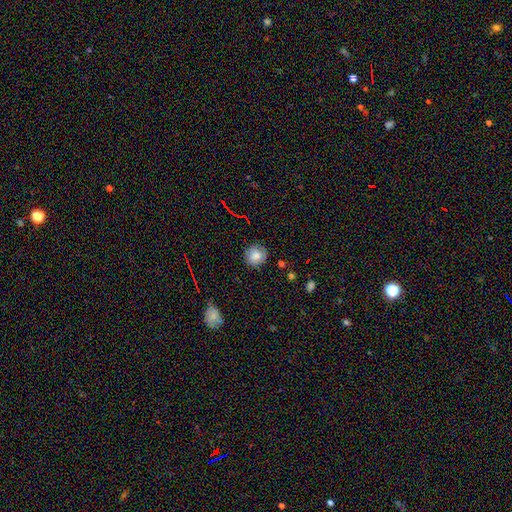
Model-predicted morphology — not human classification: This is likely a smooth galaxy (74%). How rounded: clearly round (89%). Merging: clearly none (83%).